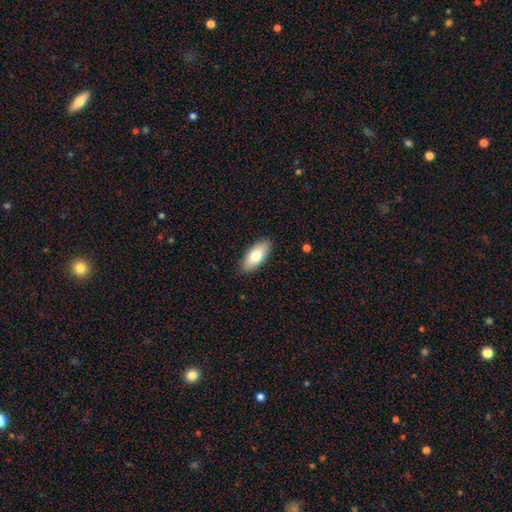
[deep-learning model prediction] This appears to be a smooth galaxy with no disk features (77%) that is in between round and cigar-shaped (87%). Merging: none (89%).